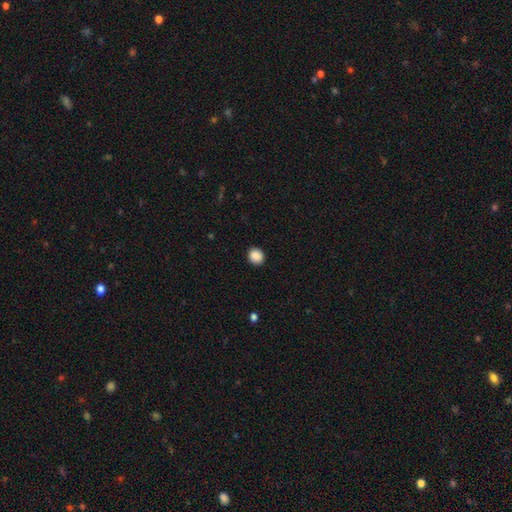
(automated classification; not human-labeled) This appears to be a smooth galaxy with no disk features (89%) that is round (78%). Merging: none (90%).